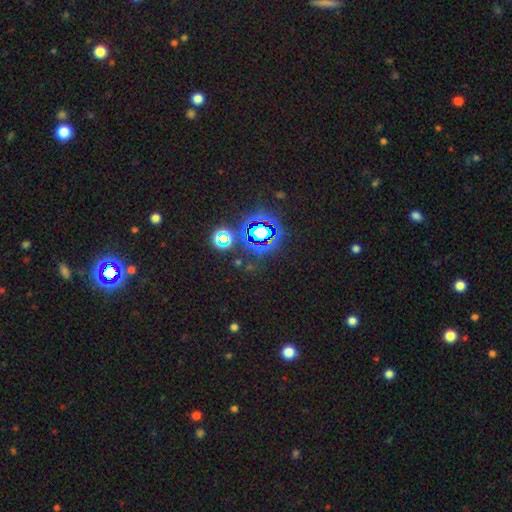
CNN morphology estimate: This is likely a star or artifact rather than a galaxy (74%).